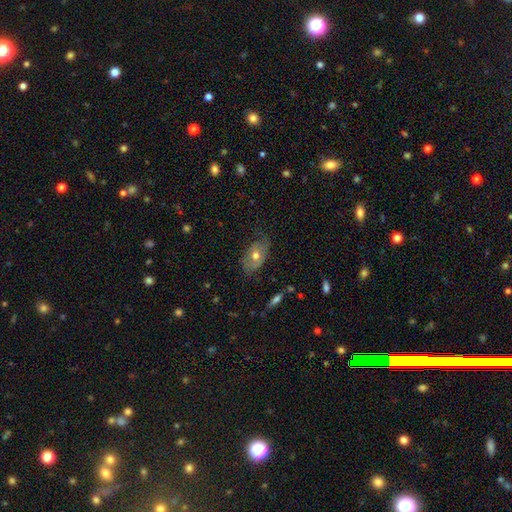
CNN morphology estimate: Smooth or featured? smooth (55%)
How rounded? in between (85%)
Merging? none (54%)